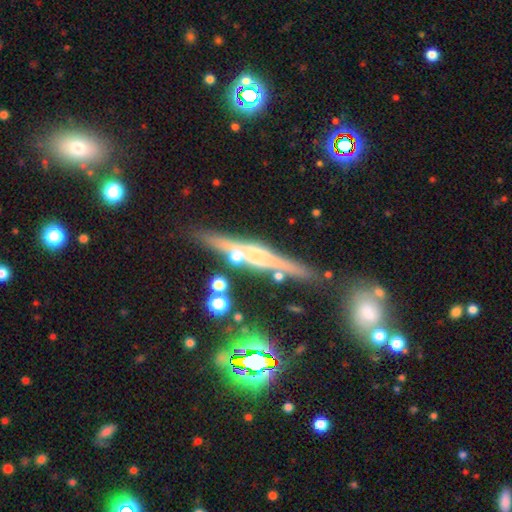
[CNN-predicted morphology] The model was most divided on "smooth or featured": featured or disk: 68%, smooth: 20%, star or artifact: 12%. More confident: edge-on disk — yes (94%); merging — none (78%); edge-on bulge — rounded (74%).